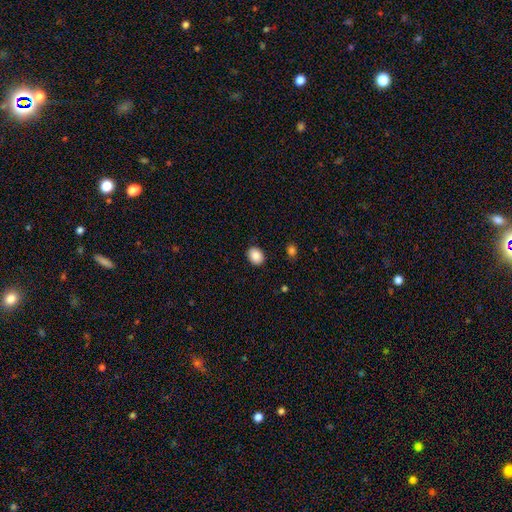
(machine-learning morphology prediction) Smooth or featured? Predicted: smooth (p=0.88). How rounded? Predicted: in between (p=0.54). Merging? Predicted: none (p=0.89).